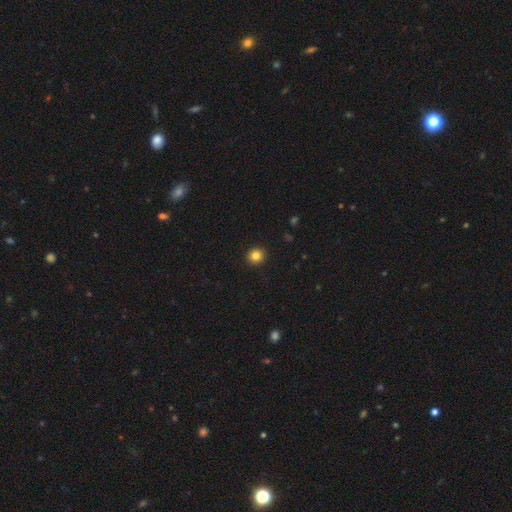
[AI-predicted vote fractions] A smooth galaxy with no disk features (83%) that is round (92%). Merging: none (93%).